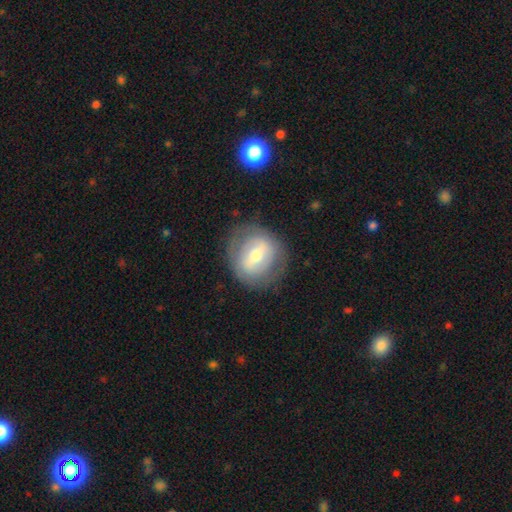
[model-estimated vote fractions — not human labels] featured or disk 53%, smooth 39%, star or artifact 8%. Down the decision tree: edge-on disk — no (94%); merging — none (78%).